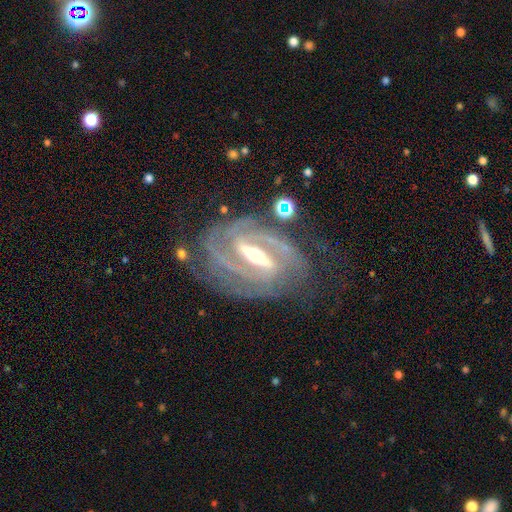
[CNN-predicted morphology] A featured or disk galaxy (92%) with a strong bar (78%), 2 (59%) tight (59%) spiral arms (97%) and a moderate central bulge (60%).

Vote fractions:
- Smooth or featured? featured or disk: 92% / star or artifact: 5% / smooth: 4%
- Edge-on disk? no: 94% / yes: 6%
- Bar? strong: 78% / weak: 17% / no: 5%
- Spiral arms? yes: 97% / no: 3%
- Spiral winding? tight: 59% / medium: 34% / loose: 7%
- Spiral arm count? 2: 59% / 3: 17% / can't tell: 10% / 4: 6% / more than 4: 4% / 1: 4%
- Bulge size? moderate: 60% / small: 28% / large: 9% / none: 2% / dominant: 1%
- Merging? none: 69% / minor disturbance: 18% / major disturbance: 10% / merger: 3%